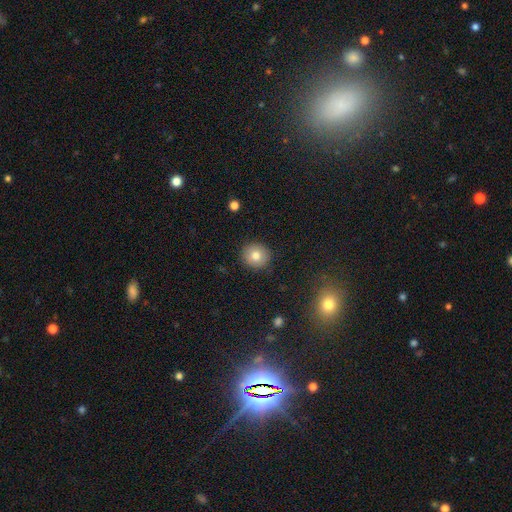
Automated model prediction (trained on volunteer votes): Smooth or featured? Predicted: smooth (p=0.79). How rounded? Predicted: round (p=0.91). Merging? Predicted: none (p=0.91).